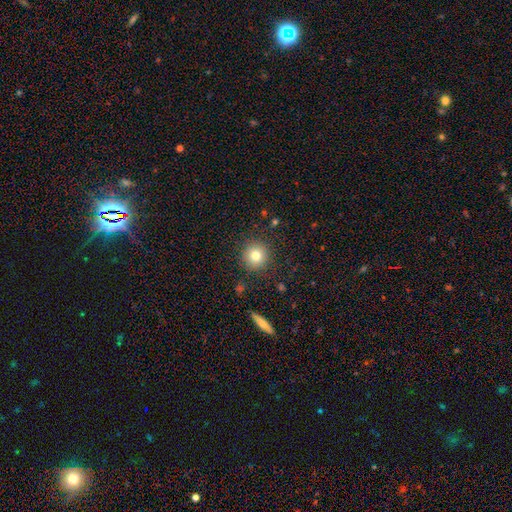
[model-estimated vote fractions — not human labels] The model was most divided on "smooth or featured": smooth: 79%, star or artifact: 11%, featured or disk: 10%. More confident: how rounded — round (94%); merging — none (89%).